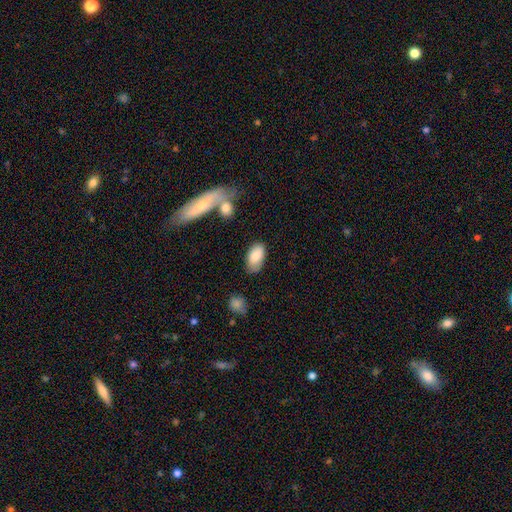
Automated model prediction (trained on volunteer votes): Smooth or featured?
  - smooth: 84% *
  - featured or disk: 9%
  - star or artifact: 7%
How rounded?
  - in between: 95% *
  - round: 3%
  - cigar-shaped: 2%
Merging?
  - none: 73% *
  - minor disturbance: 19%
  - major disturbance: 4%
  - merger: 4%